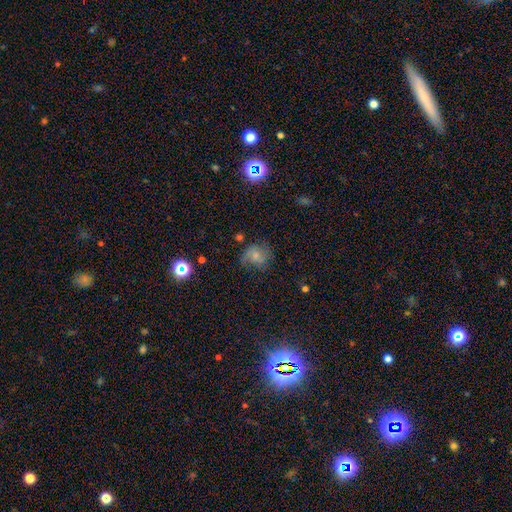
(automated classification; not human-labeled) Q: Smooth or featured?
A: featured or disk (44%); runner-up: smooth (42%)
Q: Merging?
A: none (54%); runner-up: minor disturbance (25%)